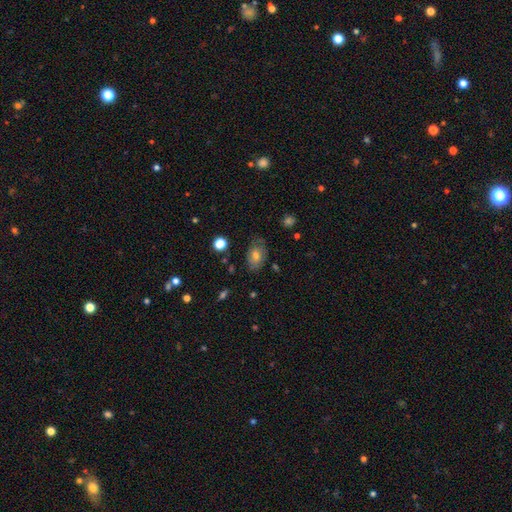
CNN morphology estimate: type=smooth (61%); roundness=in between (83%); merging=none (69%).